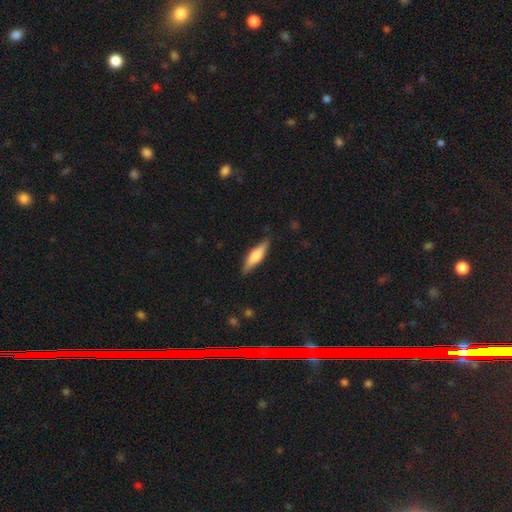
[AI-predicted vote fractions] Overall: smooth (58%; featured or disk 36%). How rounded: cigar-shaped (66%; in between 32%). Merging: none (84%).